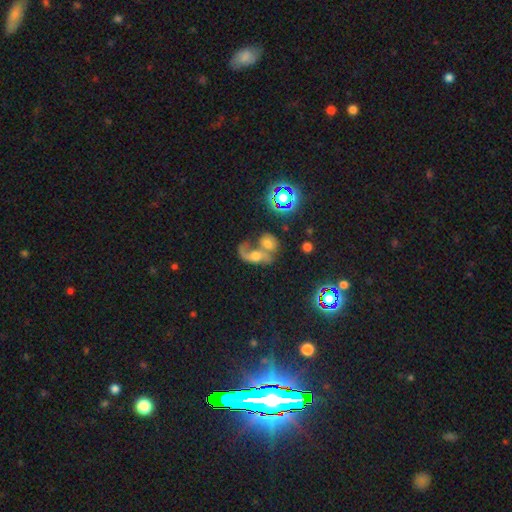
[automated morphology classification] Q: Smooth or featured?
A: star or artifact (62%); runner-up: featured or disk (20%)